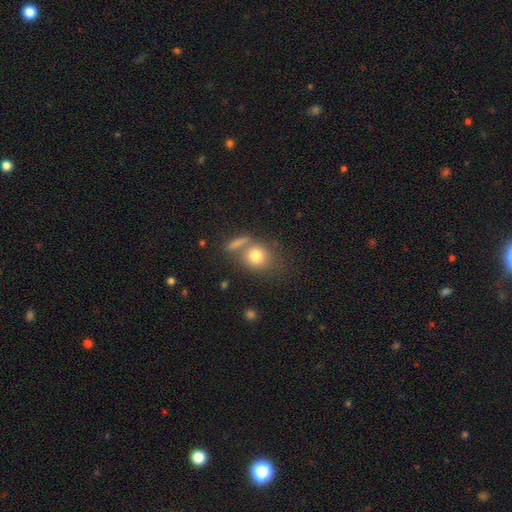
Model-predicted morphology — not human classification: A smooth galaxy with no disk features (79%) that is round (73%). Merging: none (55%).